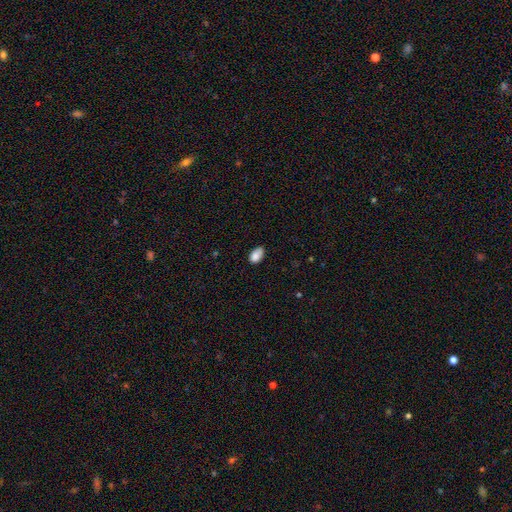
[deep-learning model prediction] Overall: smooth (85%). How rounded: in between (91%). Merging: none (67%).